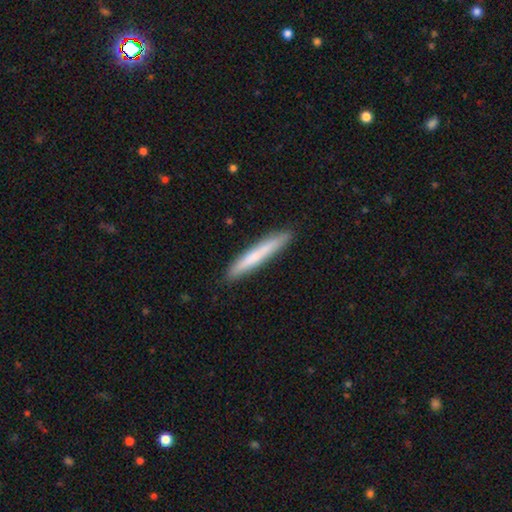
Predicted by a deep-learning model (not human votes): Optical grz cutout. It shows a smooth galaxy with no disk features (67%) that is cigar-shaped (96%). Merging: none (89%).